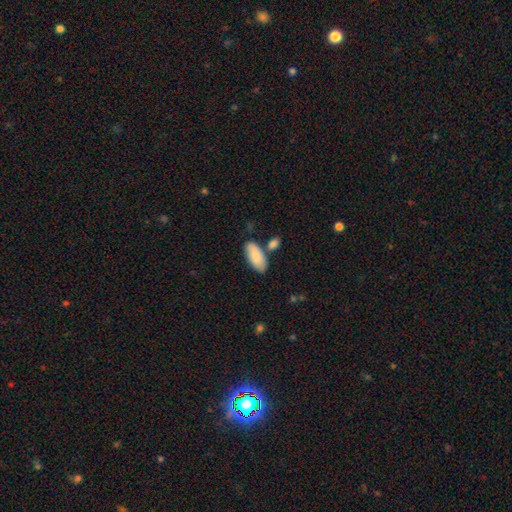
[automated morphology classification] Smooth or featured?
  - smooth: 86% *
  - featured or disk: 9%
  - star or artifact: 5%
How rounded?
  - in between: 90% *
  - cigar-shaped: 8%
  - round: 2%
Merging?
  - none: 70% *
  - minor disturbance: 14%
  - merger: 13%
  - major disturbance: 3%